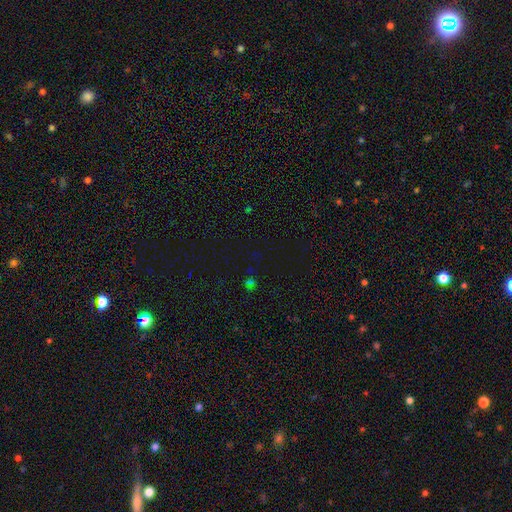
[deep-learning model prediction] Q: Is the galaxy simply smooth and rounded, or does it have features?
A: star or artifact — 65%.